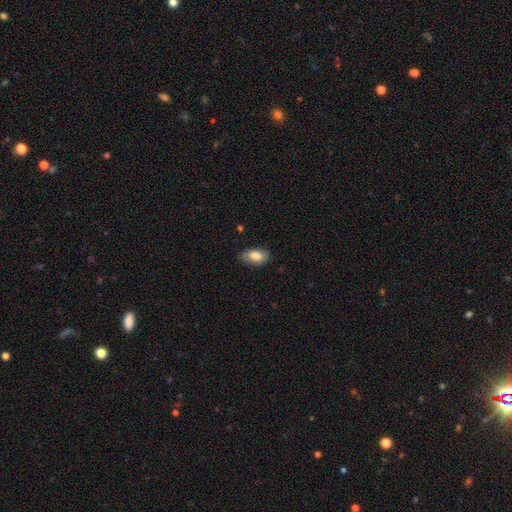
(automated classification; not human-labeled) Smooth or featured? smooth (78%)
How rounded? in between (92%)
Merging? none (73%)